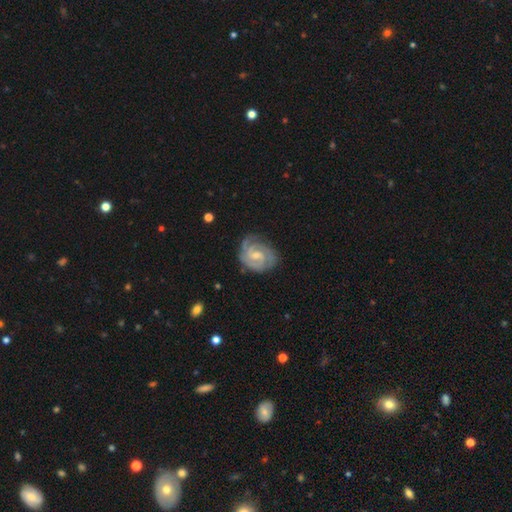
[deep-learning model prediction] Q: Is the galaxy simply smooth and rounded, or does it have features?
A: featured or disk — 90%.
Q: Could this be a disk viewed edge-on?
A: no — 98%.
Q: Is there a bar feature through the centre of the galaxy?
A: weak — 50%.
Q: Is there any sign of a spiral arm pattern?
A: yes — 98%.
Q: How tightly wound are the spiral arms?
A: tight — 68%.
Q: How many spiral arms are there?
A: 2 — 53%.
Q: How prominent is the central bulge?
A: small — 57%.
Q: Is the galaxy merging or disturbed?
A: none — 76%.